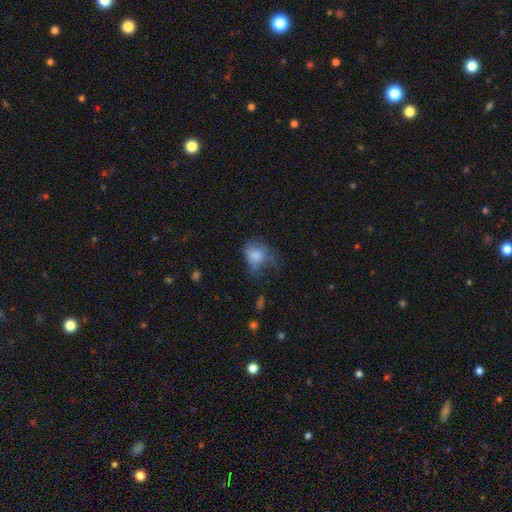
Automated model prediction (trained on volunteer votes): The model was most divided on "merging": major disturbance: 33%, minor disturbance: 32%, none: 32%, merger: 3%. More confident: smooth or featured — smooth (76%); how rounded — in between (50%).